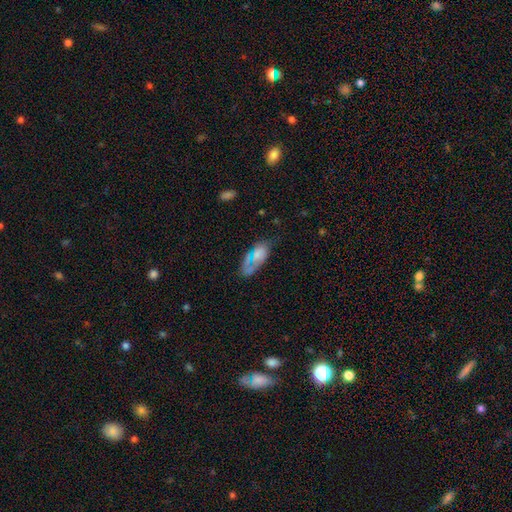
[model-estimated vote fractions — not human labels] Overall: smooth (64%). How rounded: in between (86%). Merging: none (54%; minor disturbance 25%).